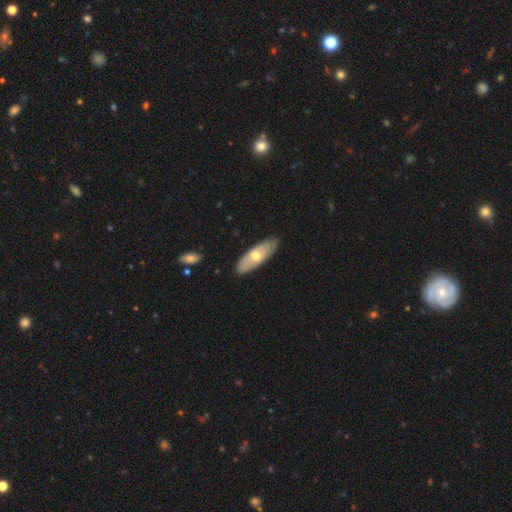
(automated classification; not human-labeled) Overall: smooth (54%; featured or disk 41%). How rounded: in between (70%). Merging: none (83%).